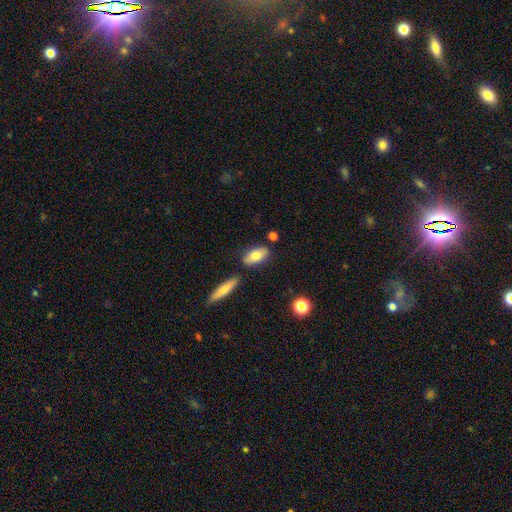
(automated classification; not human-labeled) smooth-or-featured: smooth: 76% | featured or disk: 17% | star or artifact: 7%
  how-rounded: in between: 87% | cigar-shaped: 9% | round: 4%
  merging: none: 79% | minor disturbance: 11% | merger: 7% | major disturbance: 3%